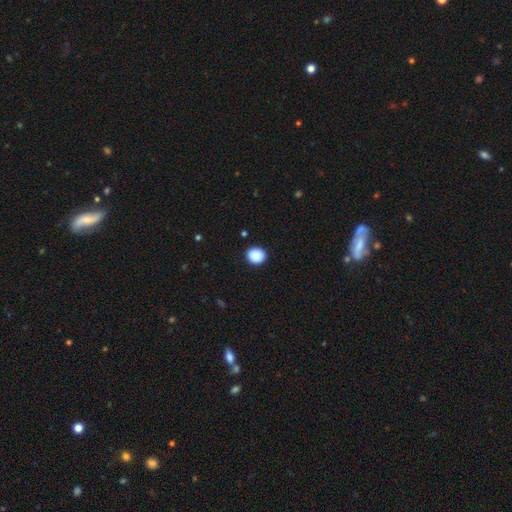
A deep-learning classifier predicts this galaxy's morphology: type=smooth (90%); roundness=round (80%); merging=none (91%).